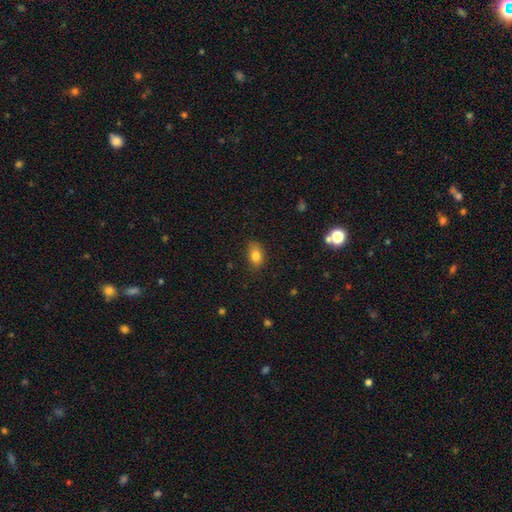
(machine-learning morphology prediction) Q: Smooth or featured?
A: smooth (81%); runner-up: star or artifact (10%)
Q: How rounded?
A: in between (80%); runner-up: round (18%)
Q: Merging?
A: none (80%); runner-up: minor disturbance (15%)